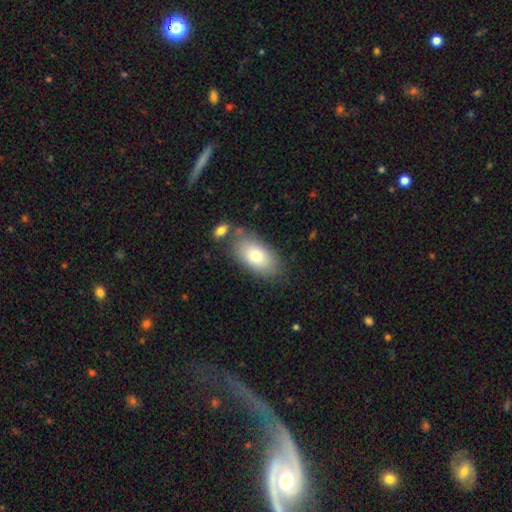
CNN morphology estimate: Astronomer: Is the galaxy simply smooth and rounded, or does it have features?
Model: smooth — 79%.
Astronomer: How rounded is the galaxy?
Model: in between — 93%.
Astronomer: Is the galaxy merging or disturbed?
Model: none — 73%.